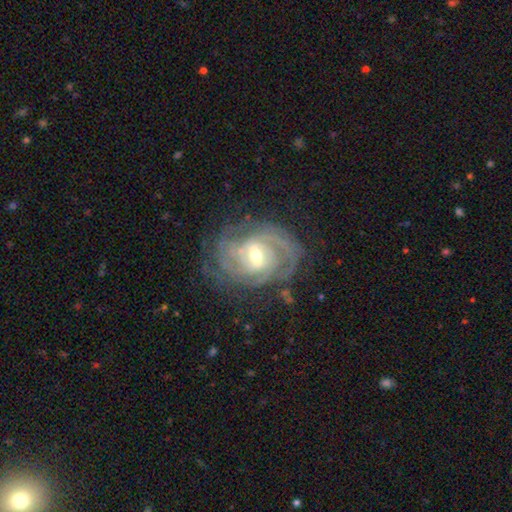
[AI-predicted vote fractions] Smooth or featured?
  - featured or disk: 89% *
  - smooth: 6%
  - star or artifact: 5%
Edge-on disk?
  - no: 97% *
  - yes: 3%
Bar?
  - weak: 54% *
  - strong: 25%
  - no: 21%
Spiral arms?
  - yes: 97% *
  - no: 3%
Spiral winding?
  - tight: 66% *
  - medium: 28%
  - loose: 6%
Spiral arm count?
  - can't tell: 27% *
  - 2: 25%
  - 3: 24%
  - 4: 13%
  - more than 4: 6%
  - 1: 5%
Bulge size?
  - moderate: 53% *
  - small: 42%
  - large: 3%
  - none: 1%
  - dominant: 1%
Merging?
  - none: 71% *
  - minor disturbance: 18%
  - major disturbance: 9%
  - merger: 2%